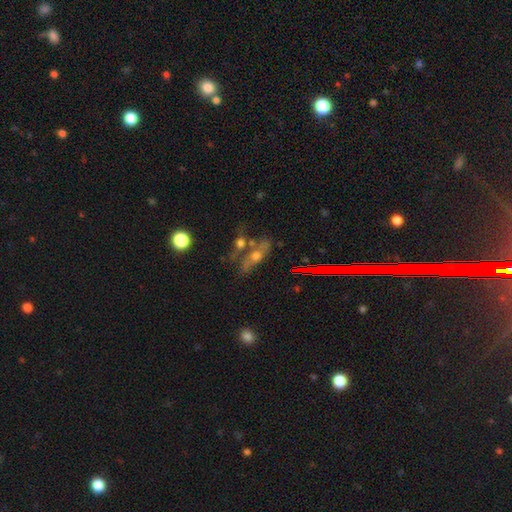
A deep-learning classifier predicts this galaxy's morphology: featured or disk 48%, smooth 32%, star or artifact 19%. Down the decision tree: merging — none (41%).